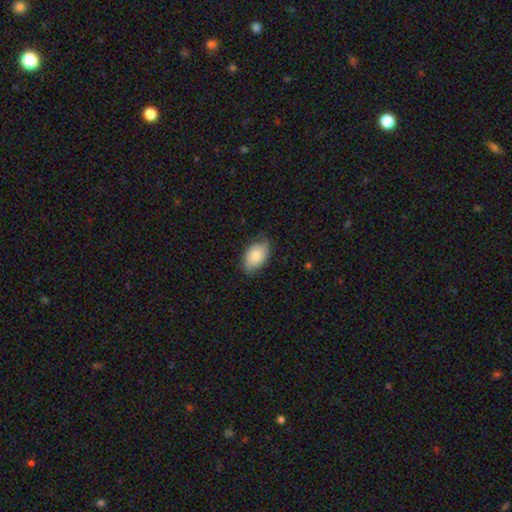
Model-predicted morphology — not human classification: type=smooth (80%); roundness=in between (92%); merging=none (72%).